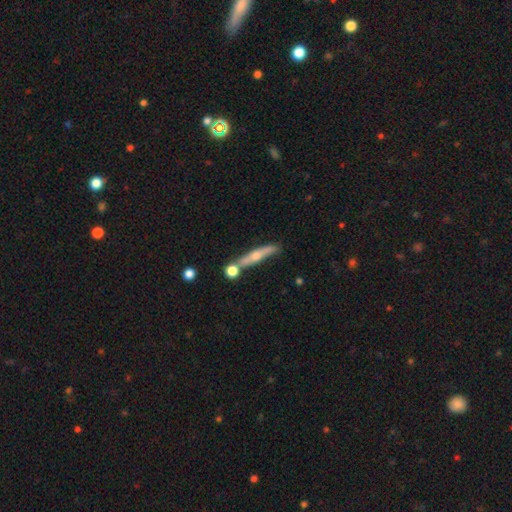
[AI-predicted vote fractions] The model was most divided on "smooth or featured": featured or disk: 57%, smooth: 36%, star or artifact: 8%. More confident: edge-on disk — yes (89%); edge-on bulge — rounded (84%); merging — none (69%).